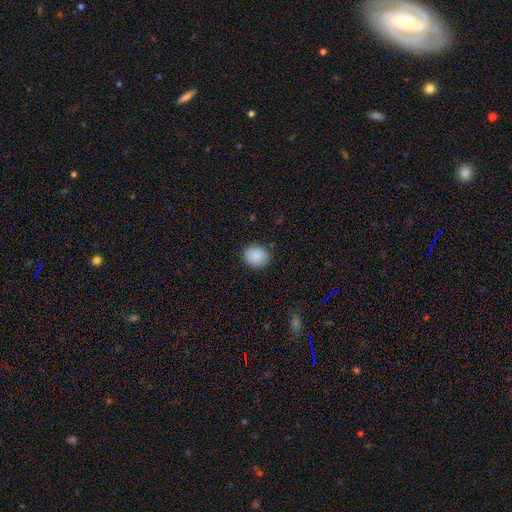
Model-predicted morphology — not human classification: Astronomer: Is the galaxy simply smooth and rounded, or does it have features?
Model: smooth — 89%.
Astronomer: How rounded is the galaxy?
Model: round — 69%.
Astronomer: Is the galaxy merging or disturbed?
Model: none — 87%.